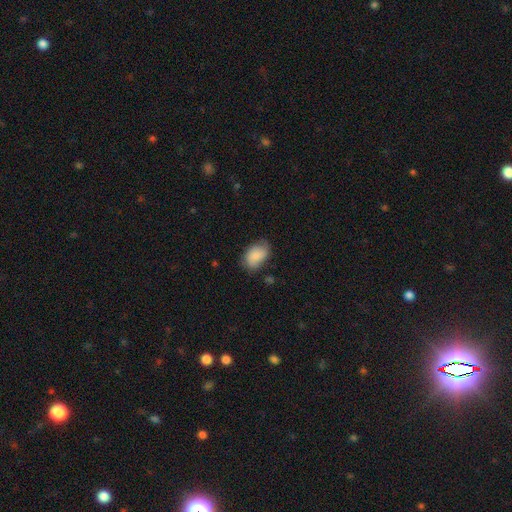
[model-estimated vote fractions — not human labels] Smooth or featured: smooth — 84% (featured or disk — 9%)
How rounded: in between — 86% (round — 12%)
Merging: none — 64% (minor disturbance — 27%)